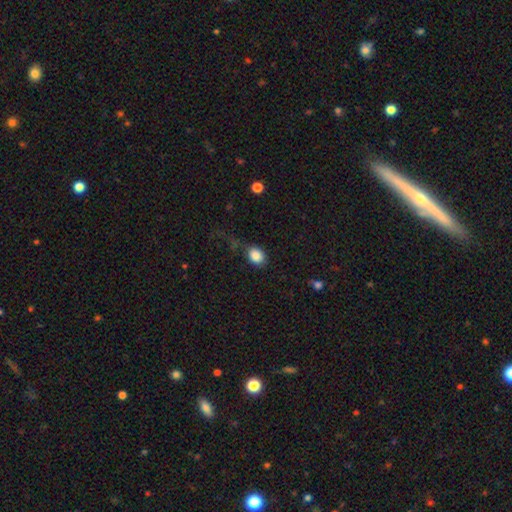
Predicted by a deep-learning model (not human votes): Overall: smooth (87%). How rounded: in between (62%; round 37%). Merging: none (65%).